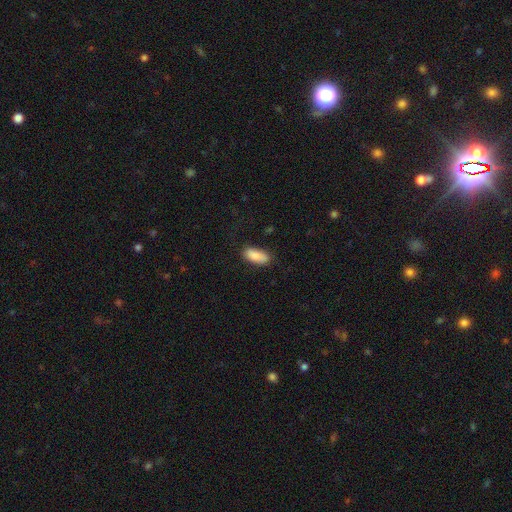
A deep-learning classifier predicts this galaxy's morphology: Q: Smooth or featured?
A: smooth (88%); runner-up: star or artifact (6%)
Q: How rounded?
A: in between (85%); runner-up: cigar-shaped (13%)
Q: Merging?
A: none (81%); runner-up: minor disturbance (14%)